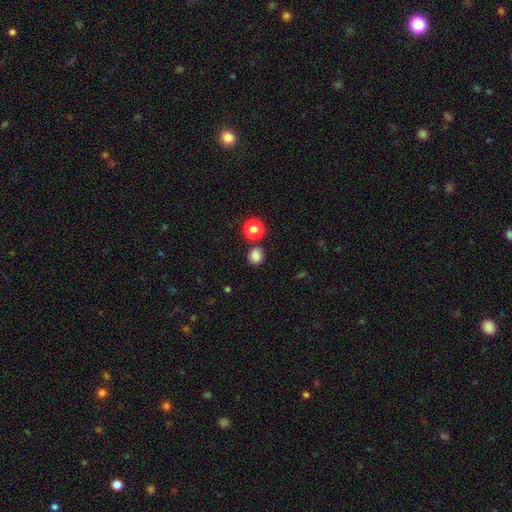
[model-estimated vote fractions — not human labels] The model was most divided on "how rounded": round: 79%, in between: 20%, cigar-shaped: 1%. More confident: smooth or featured — smooth (83%); merging — none (80%).